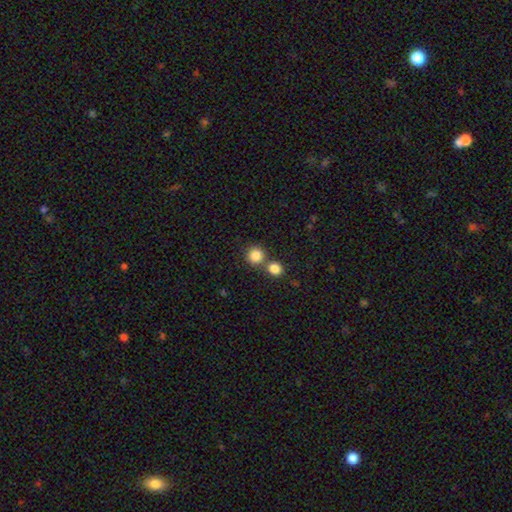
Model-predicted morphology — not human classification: Smooth or featured: smooth — 85% (star or artifact — 10%)
How rounded: round — 91% (in between — 8%)
Merging: none — 62% (merger — 29%)